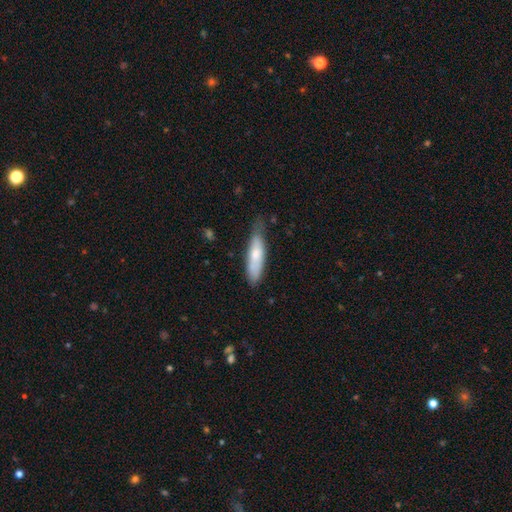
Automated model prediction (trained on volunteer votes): Smooth or featured?
  - smooth: 68% *
  - featured or disk: 26%
  - star or artifact: 6%
How rounded?
  - cigar-shaped: 69% *
  - in between: 30%
  - round: 2%
Merging?
  - none: 60% *
  - minor disturbance: 32%
  - major disturbance: 6%
  - merger: 2%